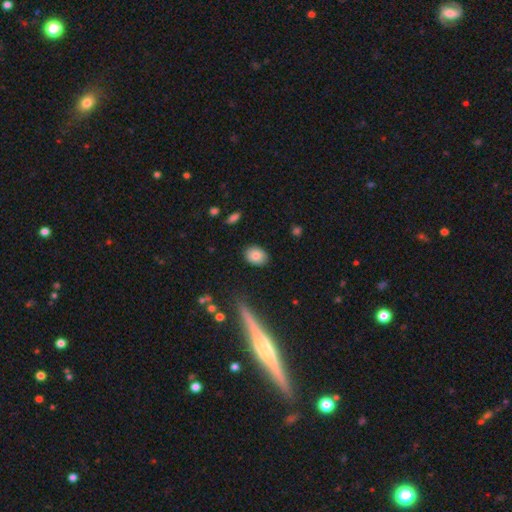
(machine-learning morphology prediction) type=smooth (81%); roundness=in between (64%); merging=none (87%).